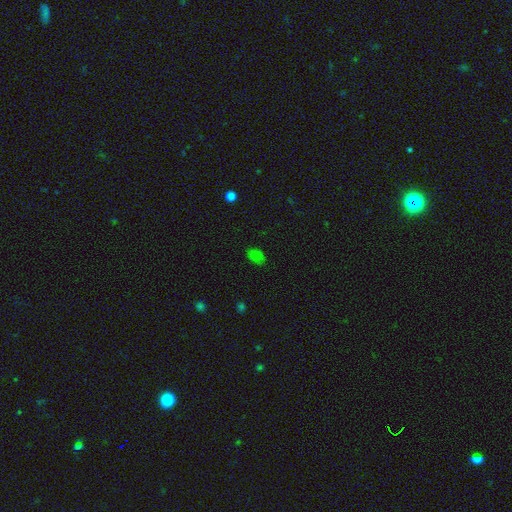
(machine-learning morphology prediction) Smooth or featured? smooth (74%)
How rounded? in between (86%)
Merging? none (78%)